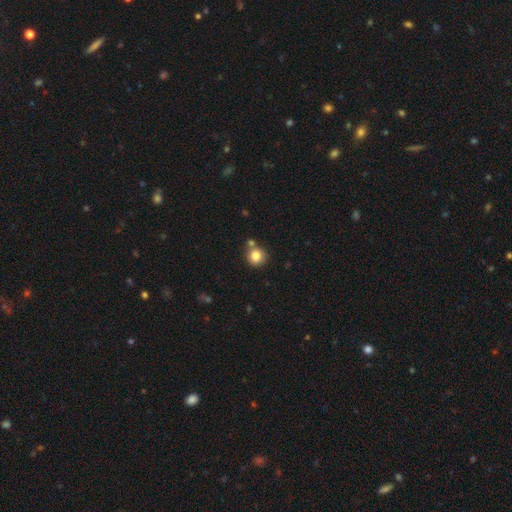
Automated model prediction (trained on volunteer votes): A smooth galaxy with no disk features (83%) that is round (92%).

Vote fractions:
- Smooth or featured? smooth: 83% / star or artifact: 10% / featured or disk: 7%
- How rounded? round: 92% / in between: 7% / cigar-shaped: 1%
- Merging? none: 70% / merger: 18% / minor disturbance: 9% / major disturbance: 3%